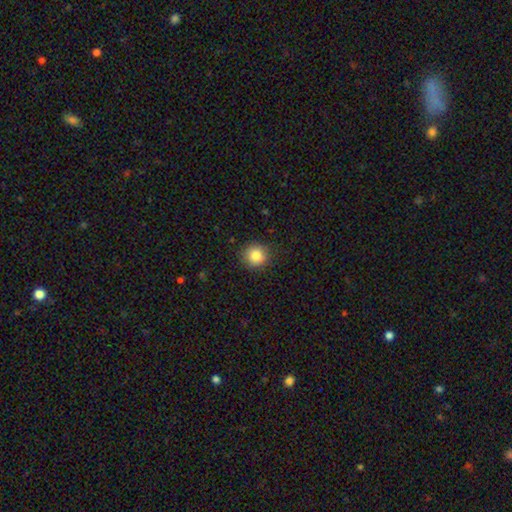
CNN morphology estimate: type=smooth (84%); roundness=round (92%); merging=none (89%).